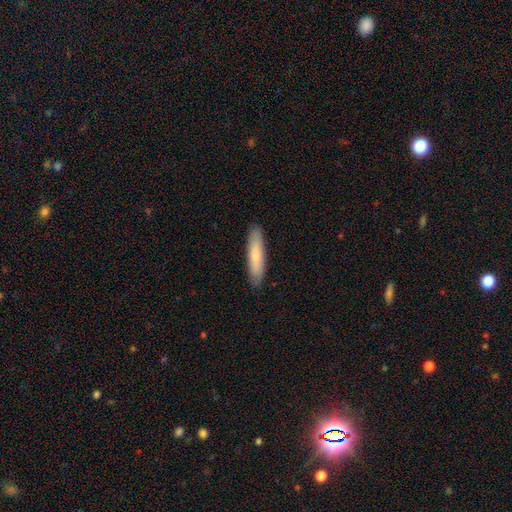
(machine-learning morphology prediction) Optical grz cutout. It shows a smooth galaxy with no disk features (75%) that is cigar-shaped (84%). Merging: none (89%).